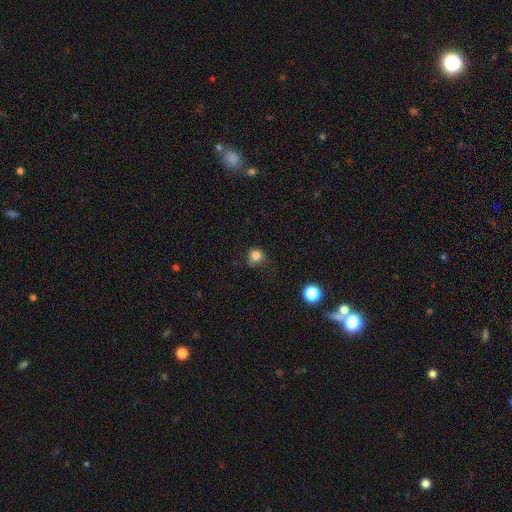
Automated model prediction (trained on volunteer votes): smooth-or-featured: smooth: 82% | star or artifact: 13% | featured or disk: 5%
  how-rounded: round: 77% | in between: 22% | cigar-shaped: 1%
  merging: none: 60% | minor disturbance: 28% | major disturbance: 10% | merger: 2%